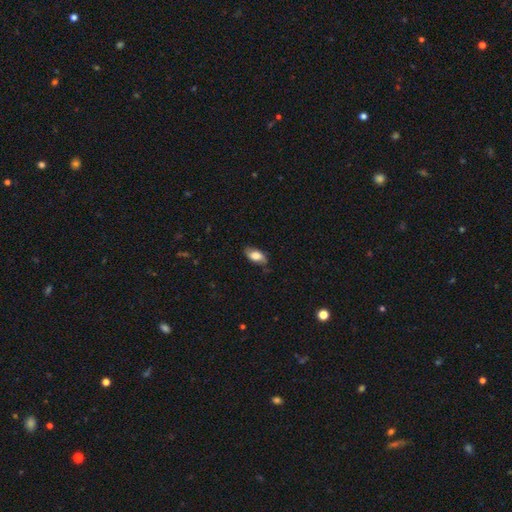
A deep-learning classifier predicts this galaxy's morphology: Smooth or featured?
  - smooth: 67% *
  - featured or disk: 26%
  - star or artifact: 7%
How rounded?
  - in between: 89% *
  - cigar-shaped: 6%
  - round: 5%
Merging?
  - none: 74% *
  - minor disturbance: 20%
  - major disturbance: 5%
  - merger: 1%